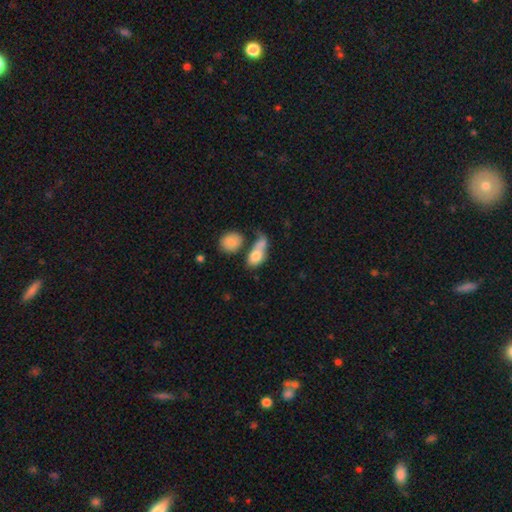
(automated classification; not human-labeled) Q: Smooth or featured?
A: smooth (78%); runner-up: featured or disk (14%)
Q: How rounded?
A: in between (78%); runner-up: round (17%)
Q: Merging?
A: merger (49%); runner-up: none (27%)